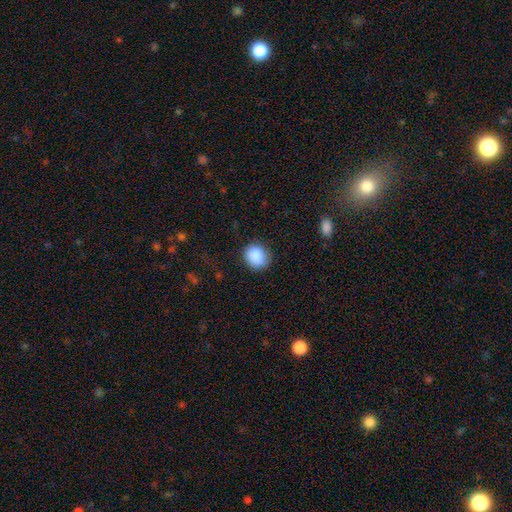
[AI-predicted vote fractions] Overall: smooth (87%). How rounded: round (78%). Merging: none (83%).